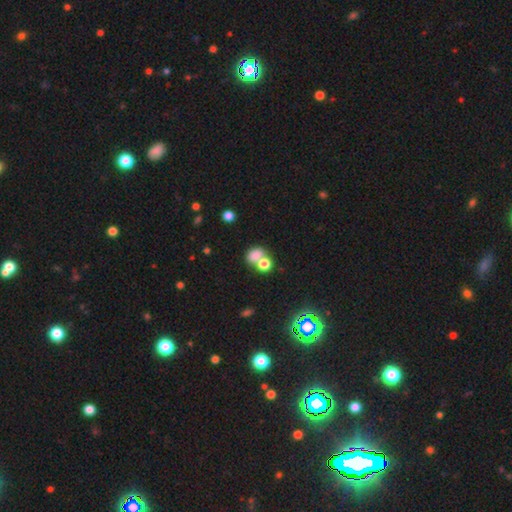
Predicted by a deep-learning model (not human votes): A smooth galaxy with no disk features (75%) that is in between round and cigar-shaped (59%). Merging: merger (47%).